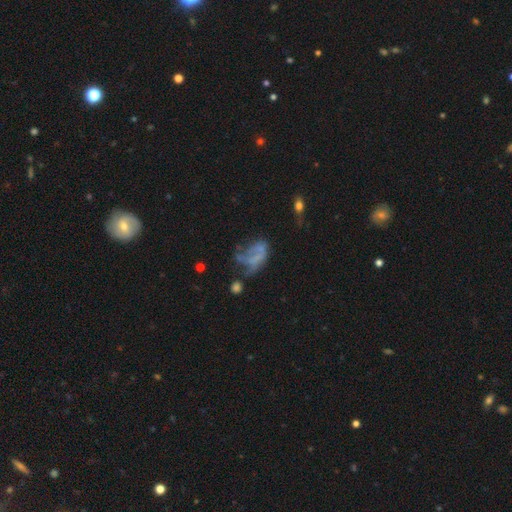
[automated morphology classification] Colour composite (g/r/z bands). It shows a featured or disk galaxy (49%). Merging: major disturbance (42%).